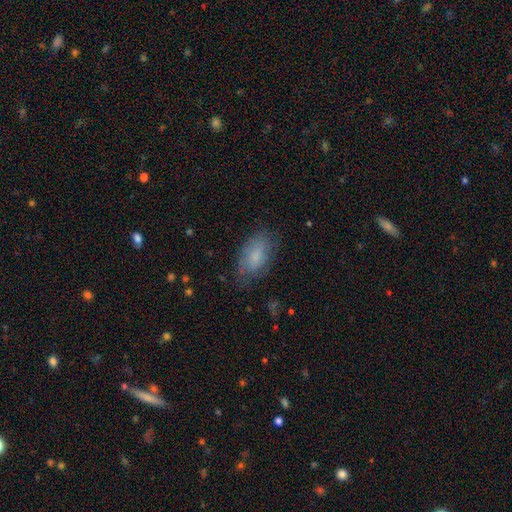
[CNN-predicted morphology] Smooth or featured? Predicted: smooth (p=0.75). How rounded? Predicted: in between (p=0.91). Merging? Predicted: none (p=0.67).